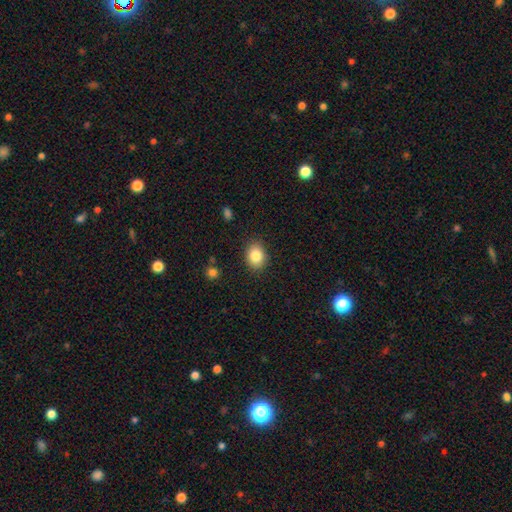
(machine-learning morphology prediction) smooth_or_featured: smooth (p=0.85) [alt: star or artifact p=0.09]
how_rounded: in between (p=0.59) [alt: round p=0.40]
merging: none (p=0.87) [alt: minor disturbance p=0.09]